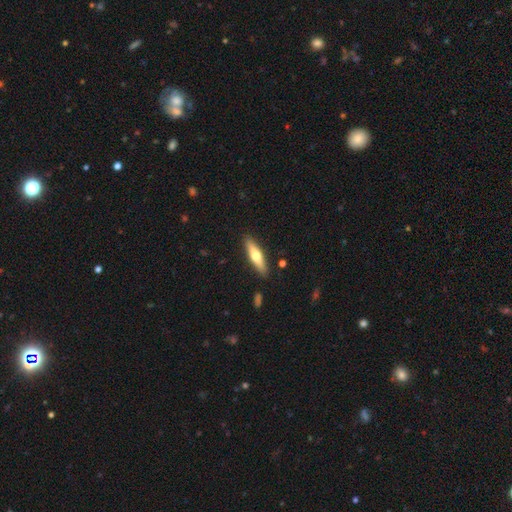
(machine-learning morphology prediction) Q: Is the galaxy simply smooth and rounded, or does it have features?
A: smooth — 49%.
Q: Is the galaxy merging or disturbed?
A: none — 88%.